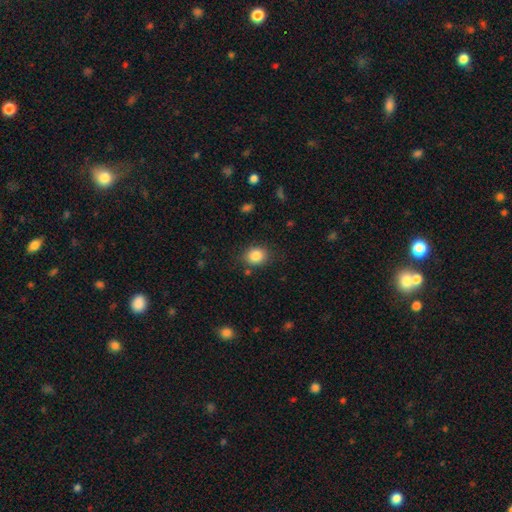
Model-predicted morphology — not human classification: smooth_or_featured: smooth (p=0.85) [alt: star or artifact p=0.10]
how_rounded: round (p=0.57) [alt: in between p=0.42]
merging: none (p=0.82) [alt: minor disturbance p=0.12]